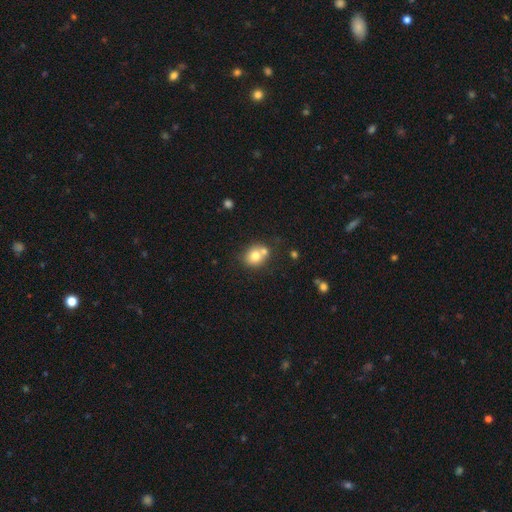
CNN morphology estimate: smooth-or-featured: smooth: 74% | featured or disk: 15% | star or artifact: 10%
  how-rounded: round: 68% | in between: 31% | cigar-shaped: 1%
  merging: none: 49% | merger: 37% | minor disturbance: 10% | major disturbance: 3%